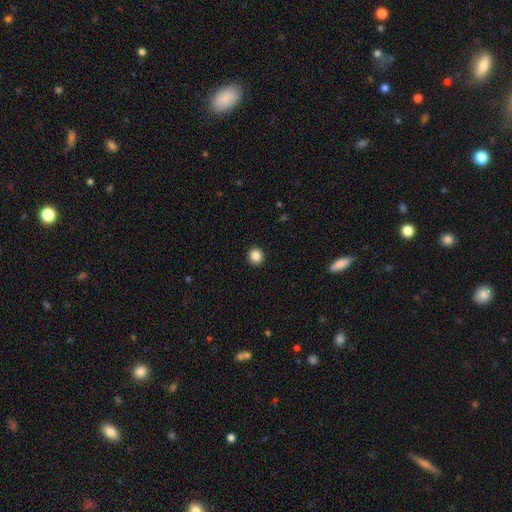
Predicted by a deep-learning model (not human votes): This appears to be a smooth galaxy with no disk features (87%) that is round (93%). Merging: none (93%).